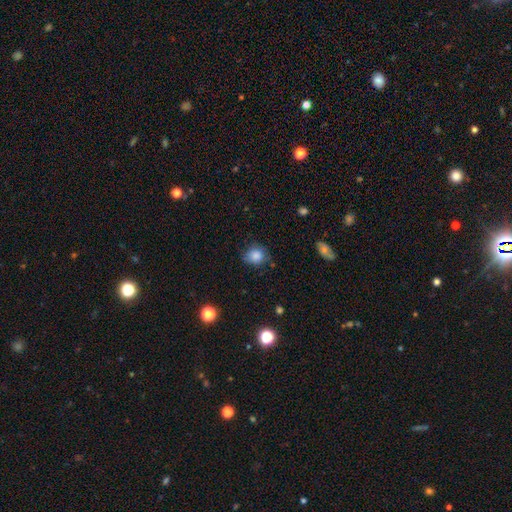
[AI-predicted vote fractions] smooth-or-featured: smooth: 85% | star or artifact: 10% | featured or disk: 5%
  how-rounded: round: 79% | in between: 20% | cigar-shaped: 1%
  merging: none: 76% | minor disturbance: 18% | major disturbance: 4% | merger: 2%